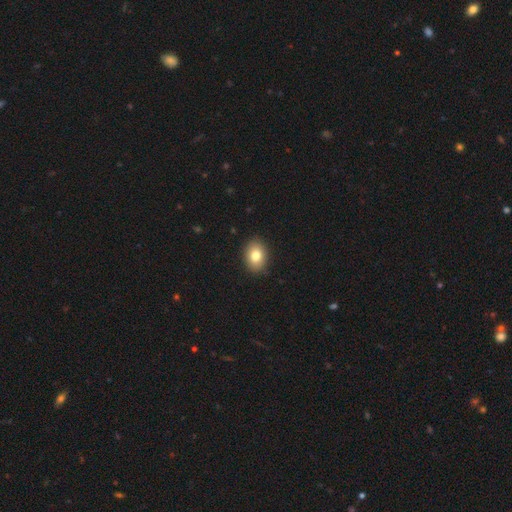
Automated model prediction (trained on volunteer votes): Overall: smooth (81%). How rounded: in between (71%). Merging: none (90%).